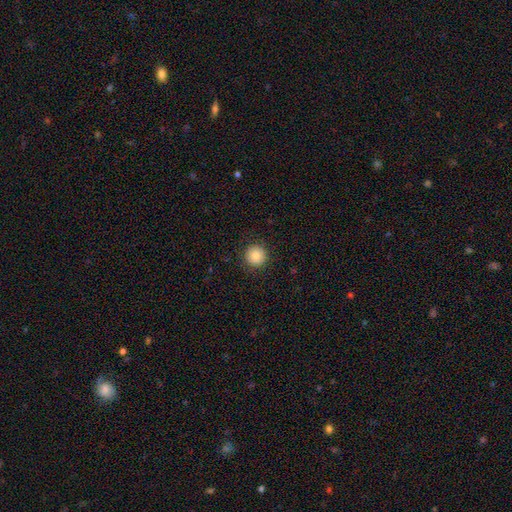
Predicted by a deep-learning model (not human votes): The model was most divided on "smooth or featured": smooth: 85%, star or artifact: 9%, featured or disk: 6%. More confident: how rounded — round (96%); merging — none (91%).